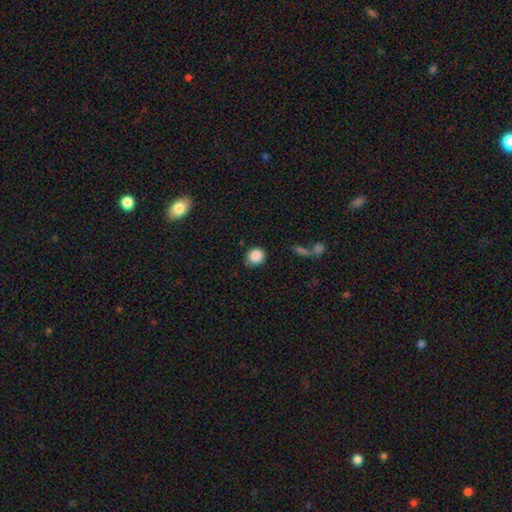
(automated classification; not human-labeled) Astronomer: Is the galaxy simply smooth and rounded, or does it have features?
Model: smooth — 88%.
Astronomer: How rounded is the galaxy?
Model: round — 84%.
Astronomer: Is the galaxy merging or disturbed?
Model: none — 78%.